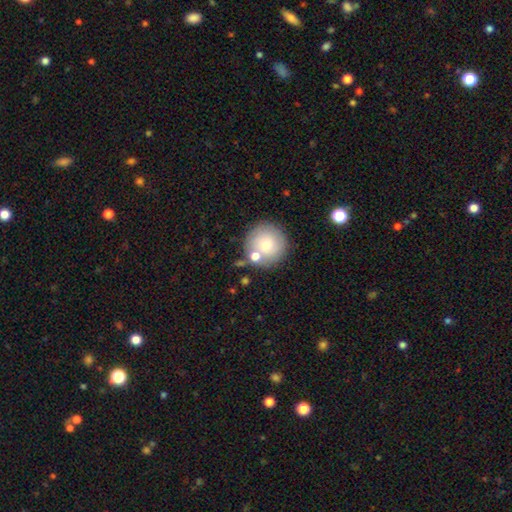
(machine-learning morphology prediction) Smooth or featured: smooth — 50% (star or artifact — 29%)
Merging: none — 80% (minor disturbance — 9%)